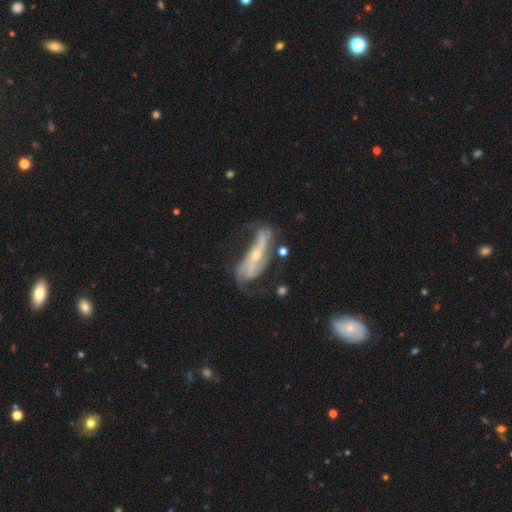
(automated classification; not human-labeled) smooth_or_featured: featured or disk (p=0.81) [alt: smooth p=0.13]
disk_edge_on: no (p=0.78) [alt: yes p=0.22]
bar: no (p=0.45) [alt: strong p=0.31]
has_spiral_arms: yes (p=0.87) [alt: no p=0.13]
spiral_winding: loose (p=0.48) [alt: medium p=0.32]
spiral_arm_count: 2 (p=0.65) [alt: can't tell p=0.17]
bulge_size: small (p=0.64) [alt: moderate p=0.32]
merging: none (p=0.42) [alt: major disturbance p=0.26]